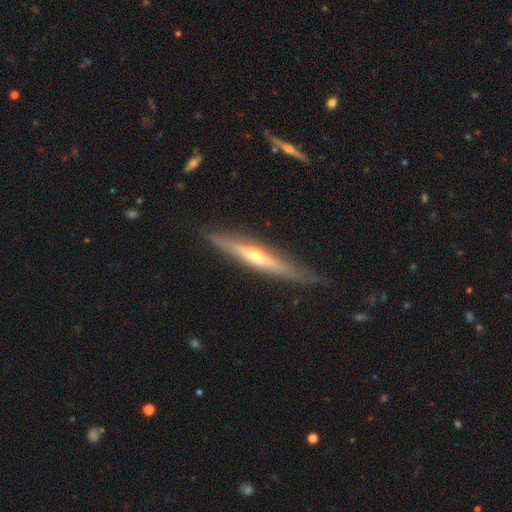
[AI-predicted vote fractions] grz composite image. It shows a featured or disk galaxy (71%) viewed edge-on (94%) with a rounded central bulge (80%). Merging: none (83%).